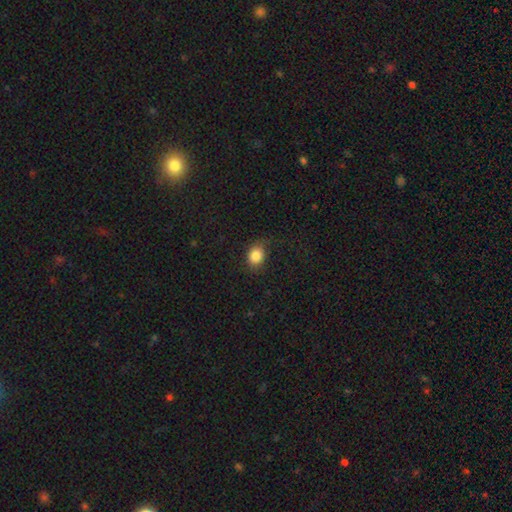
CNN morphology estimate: Smooth or featured? Predicted: smooth (p=0.84). How rounded? Predicted: round (p=0.54). Merging? Predicted: none (p=0.74).